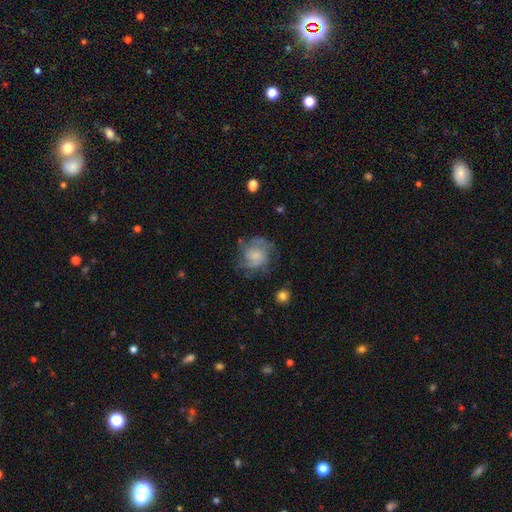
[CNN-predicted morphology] smooth_or_featured: featured or disk (p=0.60) [alt: smooth p=0.32]
disk_edge_on: no (p=0.98) [alt: yes p=0.02]
bar: no (p=0.75) [alt: weak p=0.22]
has_spiral_arms: yes (p=0.84) [alt: no p=0.16]
bulge_size: small (p=0.44) [alt: moderate p=0.26]
merging: none (p=0.59) [alt: minor disturbance p=0.22]